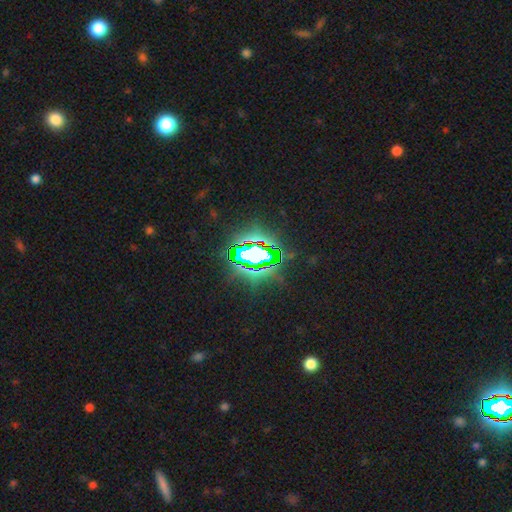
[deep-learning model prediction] Smooth or featured? Predicted: star or artifact (p=0.75).